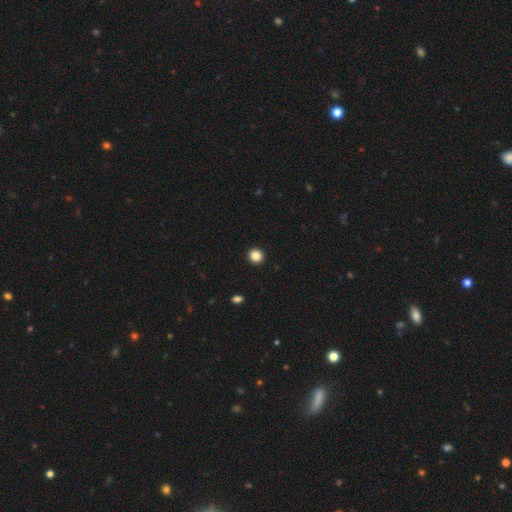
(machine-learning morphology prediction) smooth 86%, star or artifact 11%, featured or disk 3%. Down the decision tree: how rounded — round (94%); merging — none (94%).